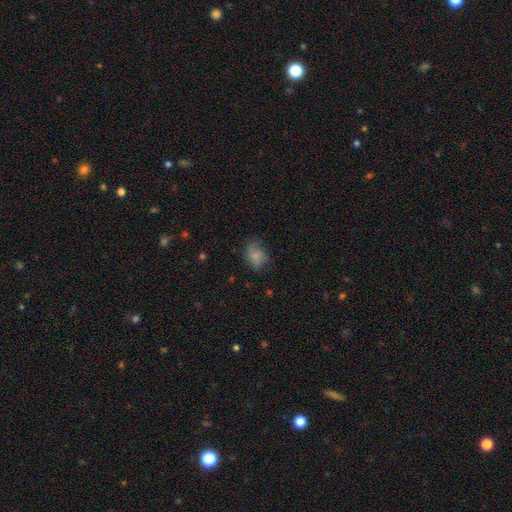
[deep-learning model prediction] Smooth or featured?
  - smooth: 78% *
  - featured or disk: 12%
  - star or artifact: 10%
How rounded?
  - in between: 64% *
  - round: 35%
  - cigar-shaped: 1%
Merging?
  - none: 64% *
  - minor disturbance: 26%
  - major disturbance: 8%
  - merger: 2%